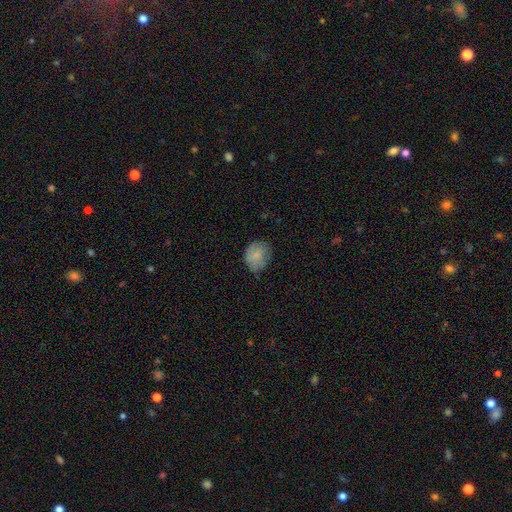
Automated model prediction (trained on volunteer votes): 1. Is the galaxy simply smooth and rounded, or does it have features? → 78% smooth, 14% featured or disk, 8% star or artifact.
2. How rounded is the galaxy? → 55% round, 44% in between, 1% cigar-shaped.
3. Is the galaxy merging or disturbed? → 65% none, 27% minor disturbance, 7% major disturbance, 1% merger.